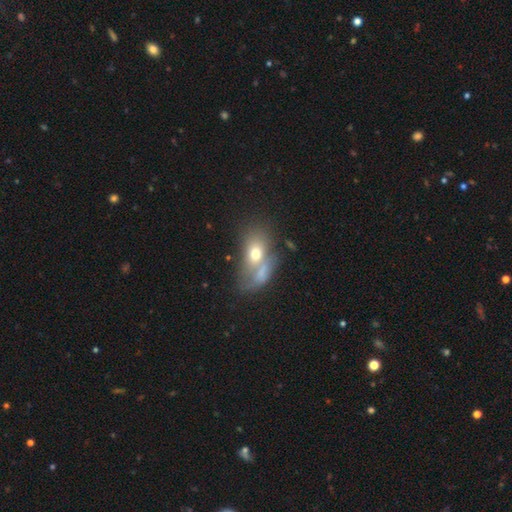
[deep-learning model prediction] This appears to be a smooth galaxy with no disk features (56%) that is in between round and cigar-shaped (68%). Merging: merger (59%).